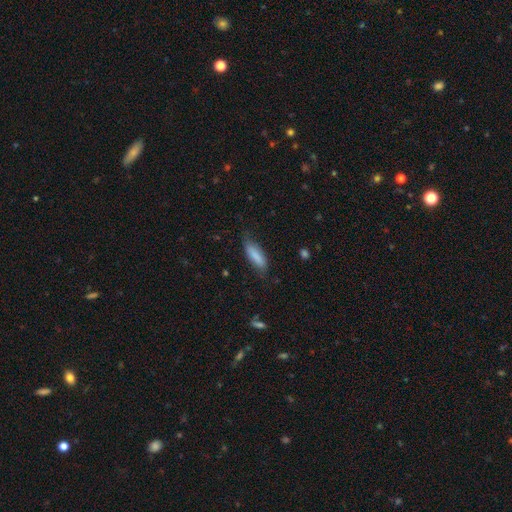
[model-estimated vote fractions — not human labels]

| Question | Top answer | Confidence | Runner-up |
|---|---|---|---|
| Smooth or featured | smooth | 82% | featured or disk (11%) |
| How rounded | in between | 50% | cigar-shaped (49%) |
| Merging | none | 69% | minor disturbance (23%) |